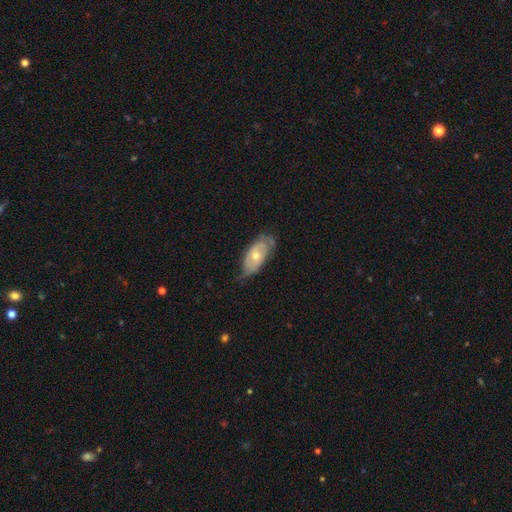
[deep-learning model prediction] featured or disk 62%, smooth 31%, star or artifact 7%. Down the decision tree: edge-on disk — no (89%); bar — no (78%); spiral arms — yes (73%); bulge size — moderate (55%); merging — none (63%).